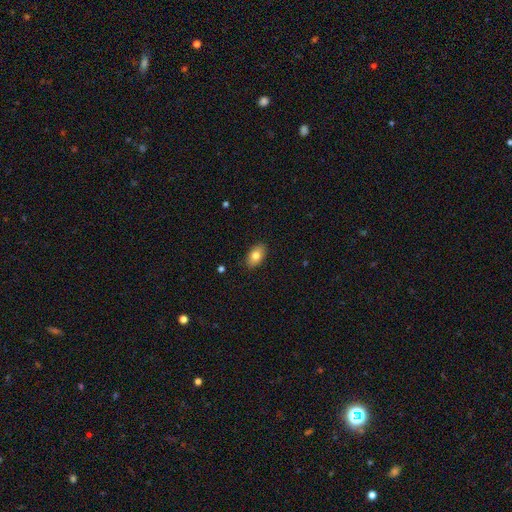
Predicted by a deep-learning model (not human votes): This is likely a smooth galaxy (79%). How rounded: clearly in between (90%). Merging: clearly none (88%).